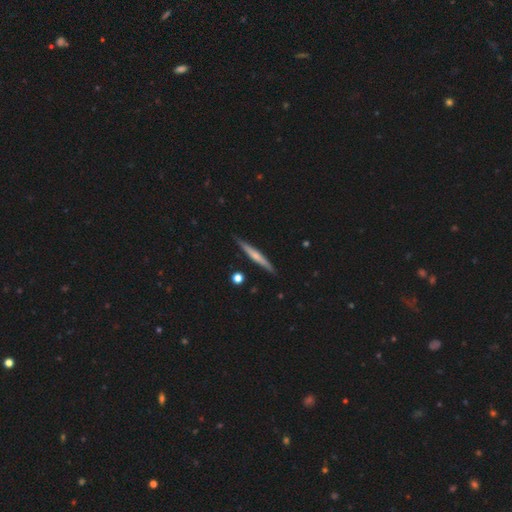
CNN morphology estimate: featured or disk 53%, smooth 41%, star or artifact 6%. Down the decision tree: edge-on disk — yes (97%); edge-on bulge — rounded (49%); merging — none (88%).